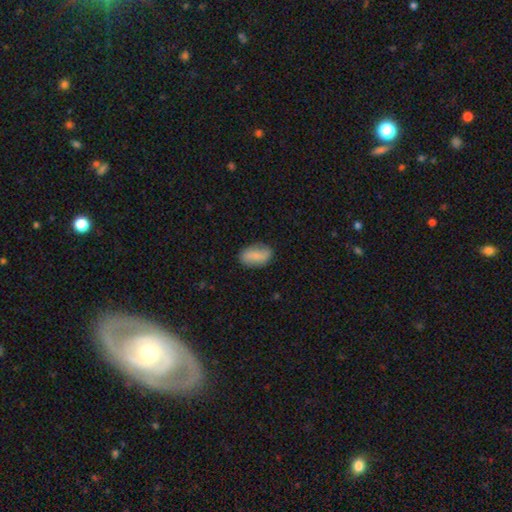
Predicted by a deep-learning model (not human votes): This appears to be a smooth galaxy with no disk features (71%) that is in between round and cigar-shaped (90%). Merging: none (80%).